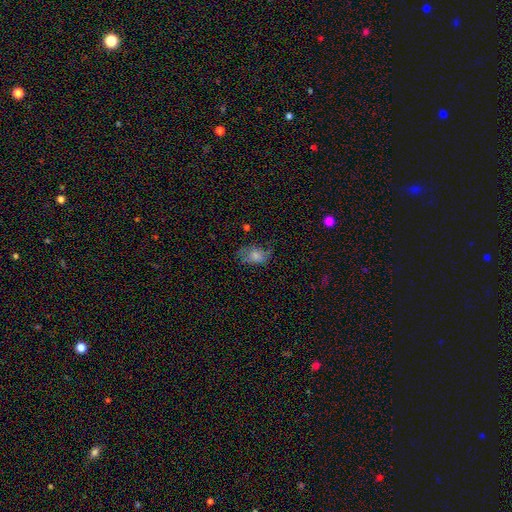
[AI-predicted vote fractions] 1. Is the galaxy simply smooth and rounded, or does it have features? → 72% smooth, 16% featured or disk, 11% star or artifact.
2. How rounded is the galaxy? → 80% in between, 19% round, 2% cigar-shaped.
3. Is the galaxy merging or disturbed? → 51% none, 29% minor disturbance, 18% major disturbance, 2% merger.